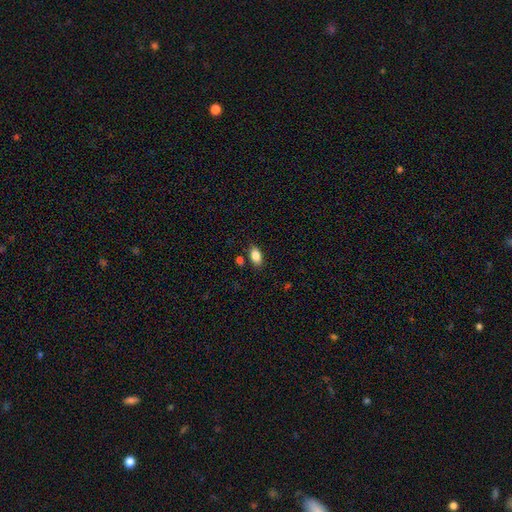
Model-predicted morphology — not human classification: smooth_or_featured: smooth (p=0.86) [alt: star or artifact p=0.08]
how_rounded: in between (p=0.91) [alt: round p=0.07]
merging: none (p=0.82) [alt: minor disturbance p=0.11]